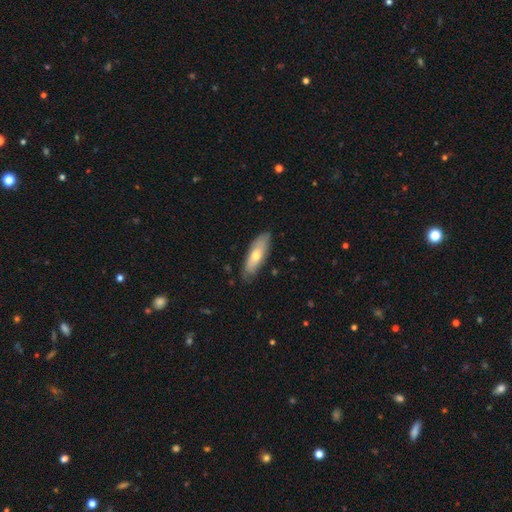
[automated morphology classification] Smooth or featured: smooth — 61% (featured or disk — 33%)
How rounded: in between — 56% (cigar-shaped — 42%)
Merging: none — 79% (minor disturbance — 17%)